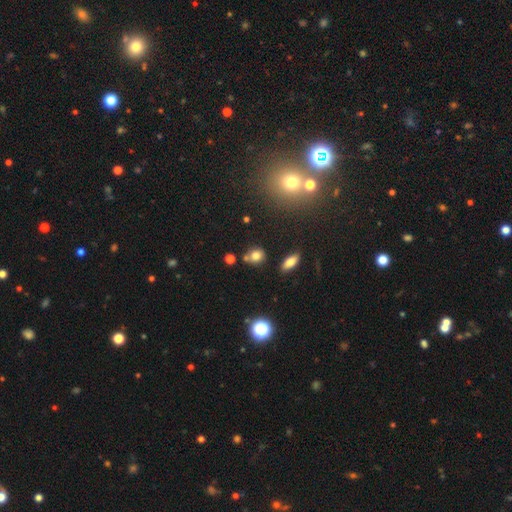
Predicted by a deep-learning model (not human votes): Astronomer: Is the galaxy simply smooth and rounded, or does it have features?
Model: smooth — 75%.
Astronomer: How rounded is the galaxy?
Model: round — 65%.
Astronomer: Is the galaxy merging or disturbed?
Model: none — 59%.